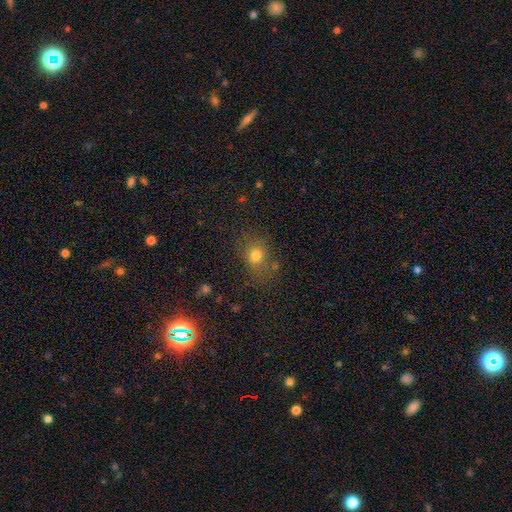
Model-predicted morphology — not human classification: smooth-or-featured: smooth: 74% | star or artifact: 17% | featured or disk: 9%
  how-rounded: round: 67% | in between: 32% | cigar-shaped: 1%
  merging: none: 74% | minor disturbance: 15% | major disturbance: 7% | merger: 4%